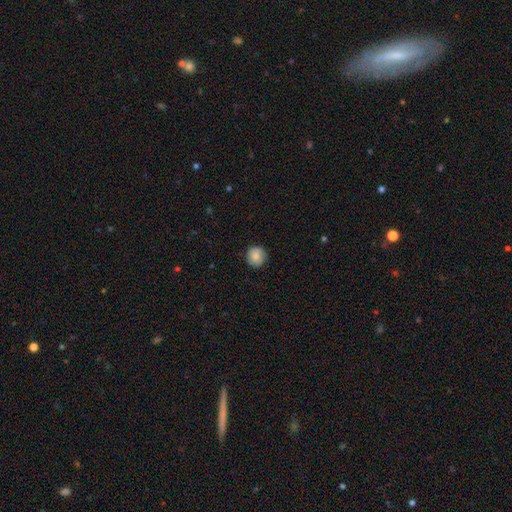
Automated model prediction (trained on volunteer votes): Smooth or featured? smooth (80%)
How rounded? round (91%)
Merging? none (84%)